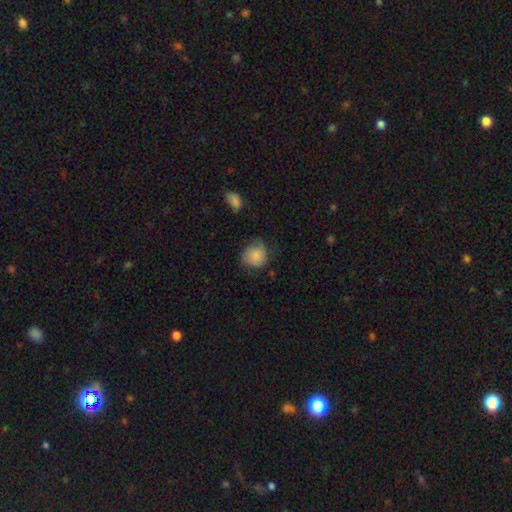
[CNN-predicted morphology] This appears to be a smooth galaxy with no disk features (76%) that is round (76%). Merging: none (54%).